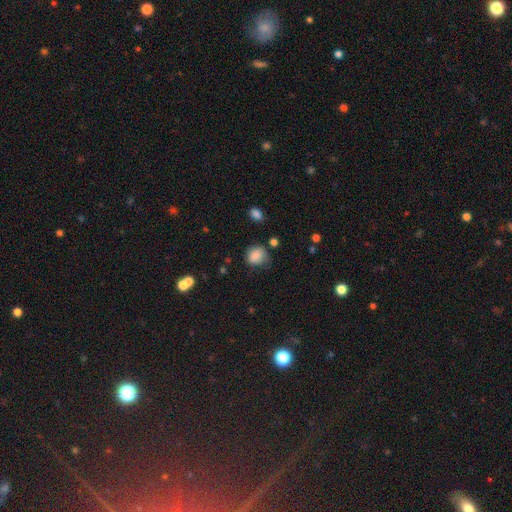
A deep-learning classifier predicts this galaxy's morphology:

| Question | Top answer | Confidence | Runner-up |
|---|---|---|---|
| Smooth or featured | smooth | 84% | star or artifact (10%) |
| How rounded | round | 65% | in between (35%) |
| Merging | none | 57% | minor disturbance (30%) |